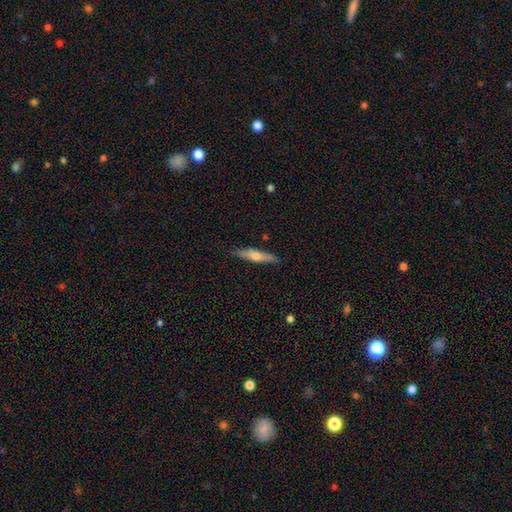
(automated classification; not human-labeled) Q: Smooth or featured?
A: smooth (50%); runner-up: featured or disk (45%)
Q: Merging?
A: none (86%); runner-up: minor disturbance (11%)